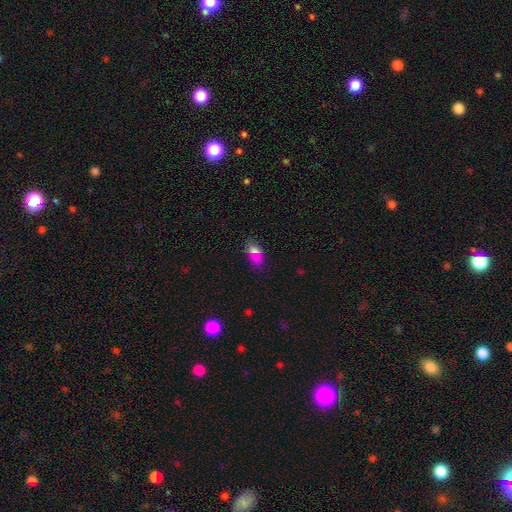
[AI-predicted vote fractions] Smooth or featured? Predicted: smooth (p=0.68). How rounded? Predicted: in between (p=0.84). Merging? Predicted: none (p=0.70).